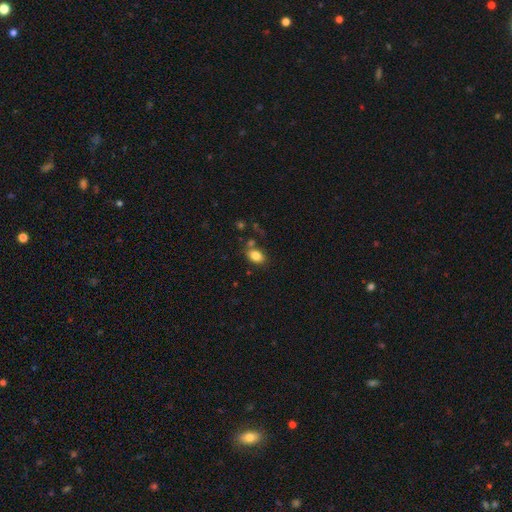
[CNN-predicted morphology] smooth-or-featured: smooth: 83% | star or artifact: 9% | featured or disk: 8%
  how-rounded: in between: 83% | round: 16% | cigar-shaped: 1%
  merging: none: 73% | minor disturbance: 14% | merger: 9% | major disturbance: 4%